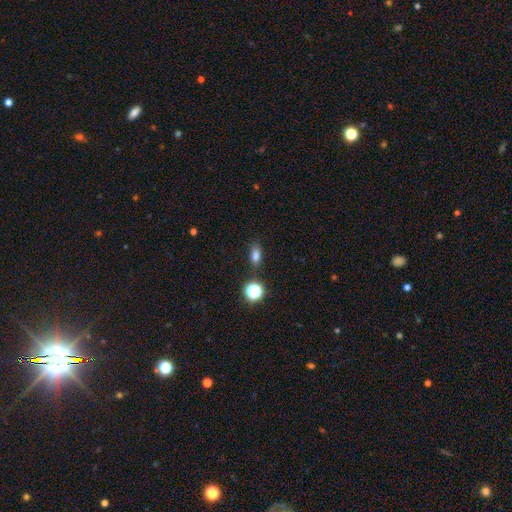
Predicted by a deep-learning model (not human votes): A smooth galaxy with no disk features (77%) that is in between round and cigar-shaped (75%). Merging: none (79%).